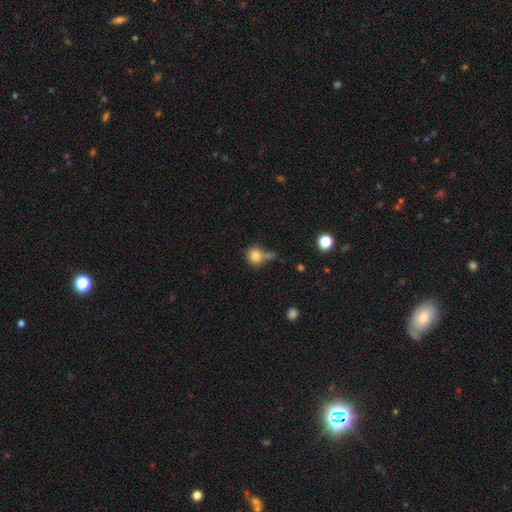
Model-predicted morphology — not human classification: Q: Smooth or featured?
A: smooth (81%); runner-up: star or artifact (10%)
Q: How rounded?
A: round (84%); runner-up: in between (14%)
Q: Merging?
A: none (46%); runner-up: merger (25%)